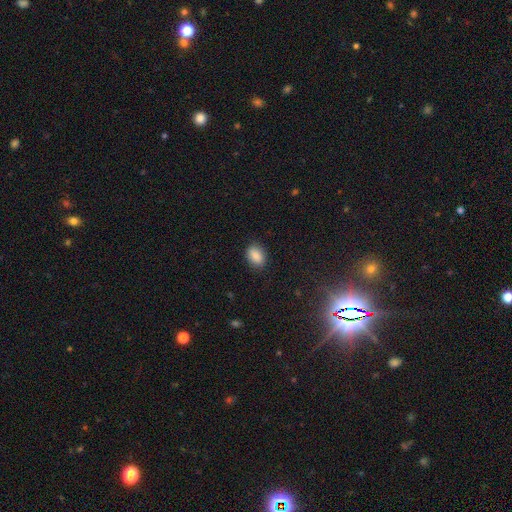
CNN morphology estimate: A smooth galaxy with no disk features (88%) that is in between round and cigar-shaped (76%).

Vote fractions:
- Smooth or featured? smooth: 88% / star or artifact: 9% / featured or disk: 4%
- How rounded? in between: 76% / round: 23% / cigar-shaped: 1%
- Merging? none: 86% / minor disturbance: 10% / major disturbance: 3% / merger: 1%